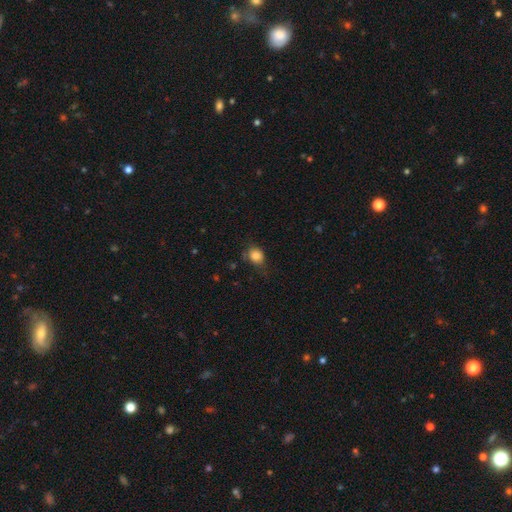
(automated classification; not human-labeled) smooth-or-featured: smooth: 83% | star or artifact: 11% | featured or disk: 7%
  how-rounded: round: 62% | in between: 37% | cigar-shaped: 1%
  merging: none: 64% | minor disturbance: 26% | major disturbance: 8% | merger: 2%